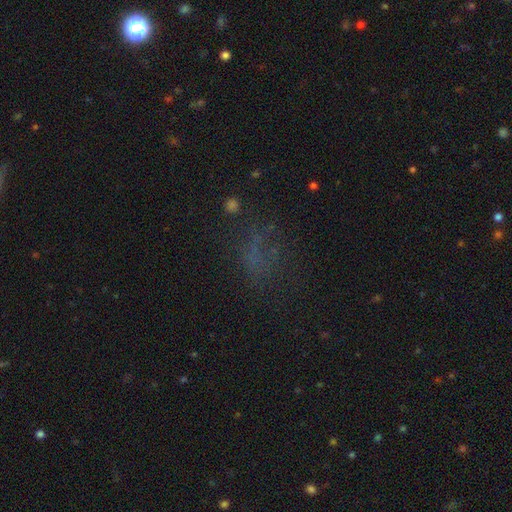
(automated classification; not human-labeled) Smooth or featured: smooth — 40% (star or artifact — 38%)
Merging: none — 54% (major disturbance — 25%)